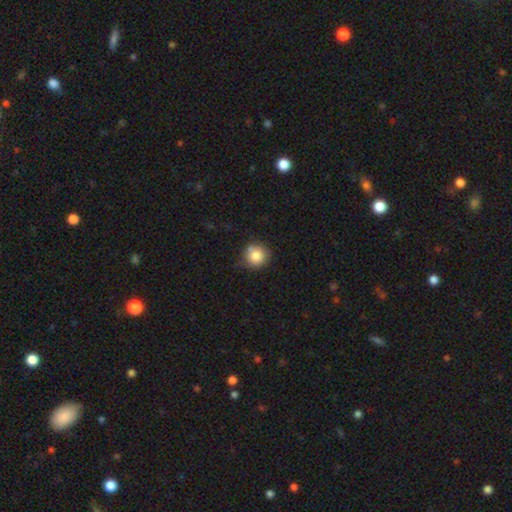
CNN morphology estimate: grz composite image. It shows a smooth galaxy with no disk features (82%) that is round (92%). Merging: none (73%).